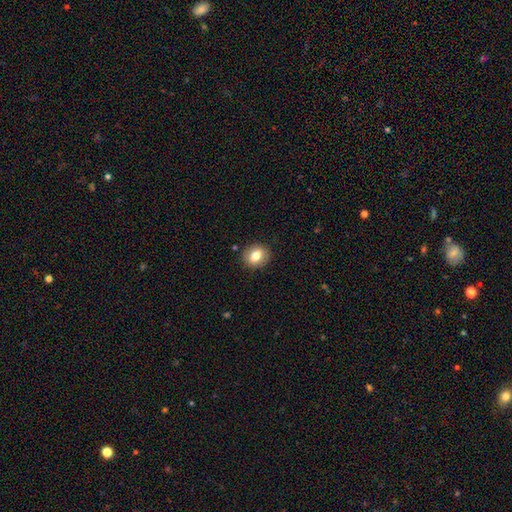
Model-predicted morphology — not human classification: type=smooth (79%); roundness=round (63%); merging=none (89%).